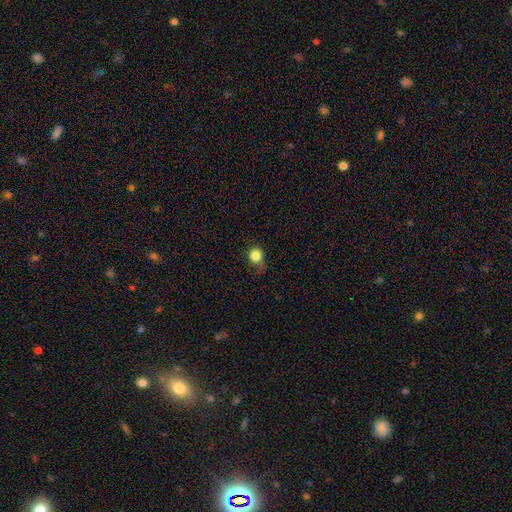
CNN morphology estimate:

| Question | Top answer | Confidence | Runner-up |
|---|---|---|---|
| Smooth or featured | smooth | 83% | star or artifact (11%) |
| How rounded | round | 87% | in between (12%) |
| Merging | none | 68% | minor disturbance (23%) |